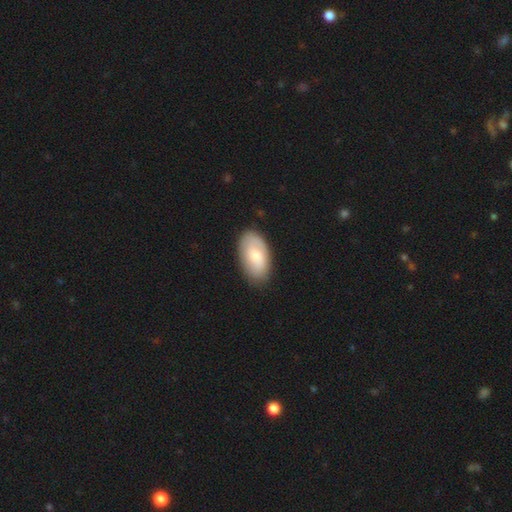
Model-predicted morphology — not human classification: Smooth or featured: smooth — 62% (featured or disk — 32%)
How rounded: in between — 94% (round — 3%)
Merging: none — 83% (minor disturbance — 13%)